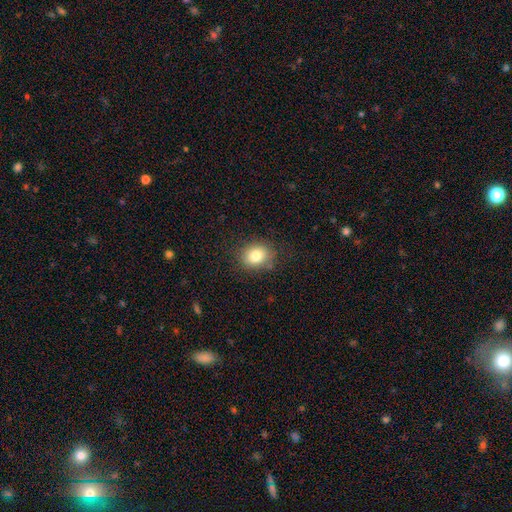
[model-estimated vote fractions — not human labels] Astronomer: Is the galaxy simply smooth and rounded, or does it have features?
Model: smooth — 80%.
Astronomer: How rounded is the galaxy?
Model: round — 59% (runner-up: in between, 40%).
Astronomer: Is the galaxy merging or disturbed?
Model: none — 83%.